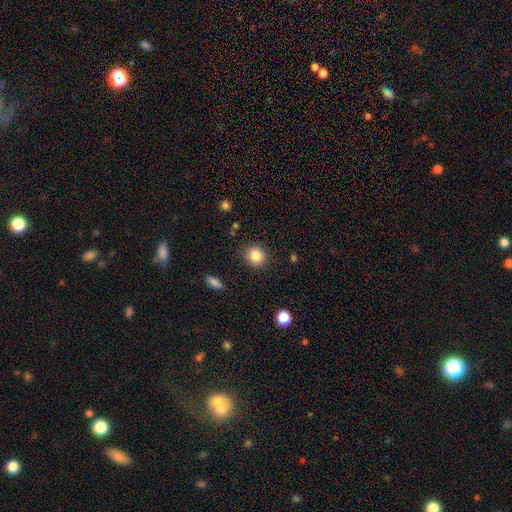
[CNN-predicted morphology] smooth_or_featured: smooth (p=0.85) [alt: star or artifact p=0.10]
how_rounded: round (p=0.83) [alt: in between p=0.16]
merging: none (p=0.88) [alt: minor disturbance p=0.08]